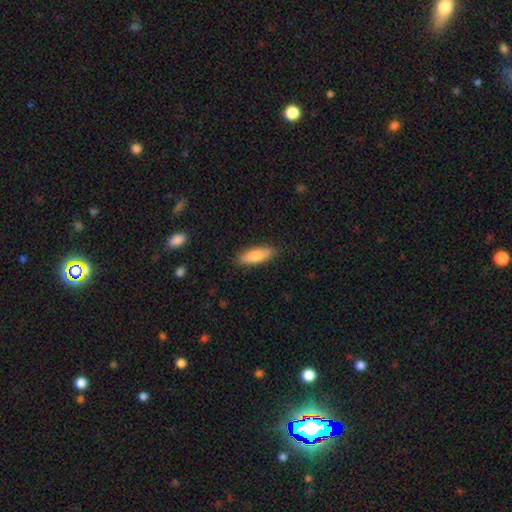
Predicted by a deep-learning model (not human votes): Smooth or featured? smooth (78%)
How rounded? in between (52%)
Merging? none (87%)